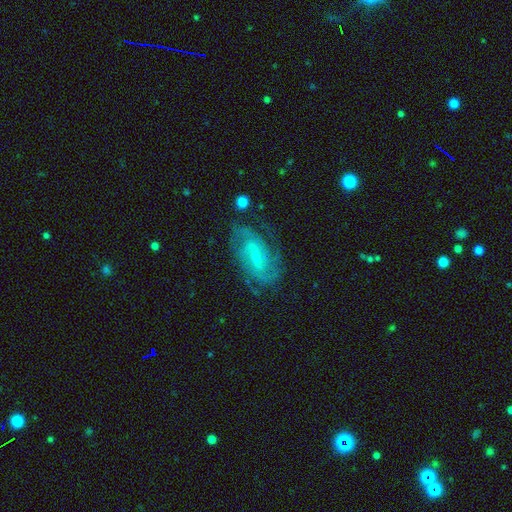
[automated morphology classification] A featured or disk galaxy (82%) with a weak bar (51%), 2 (52%) medium (45%) spiral arms (94%) and a small central bulge (63%). Merging: none (72%).